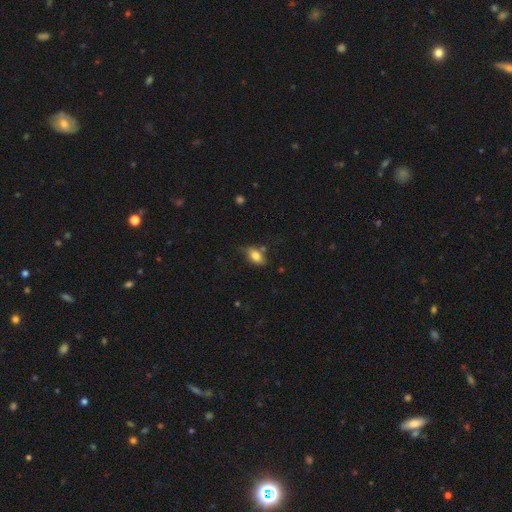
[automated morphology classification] Q: Smooth or featured?
A: smooth (82%); runner-up: featured or disk (10%)
Q: How rounded?
A: in between (85%); runner-up: round (12%)
Q: Merging?
A: none (61%); runner-up: minor disturbance (25%)